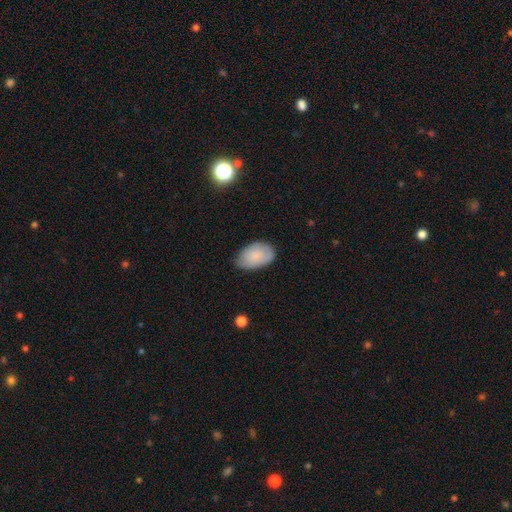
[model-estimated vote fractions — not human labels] This is clearly a smooth galaxy (82%). How rounded: clearly in between (92%). Merging: likely none (70%).